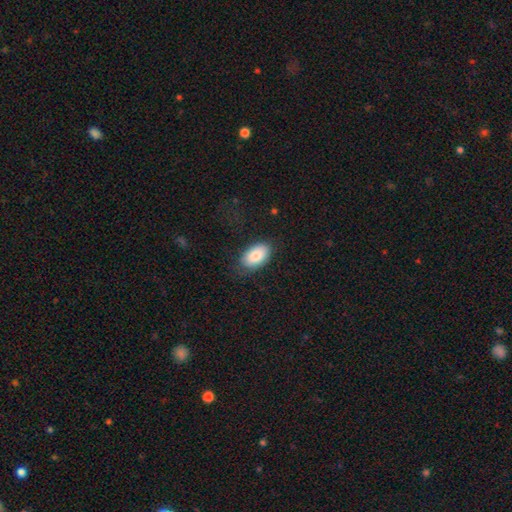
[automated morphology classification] Overall: smooth (82%). How rounded: in between (93%). Merging: none (77%).